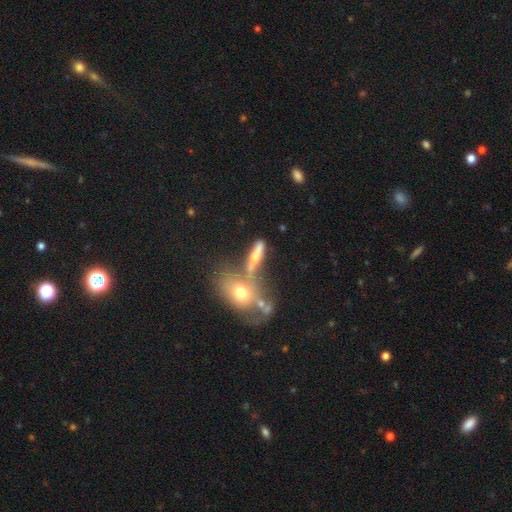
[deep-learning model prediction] smooth_or_featured: smooth (p=0.51) [alt: featured or disk p=0.37]
how_rounded: cigar-shaped (p=0.47) [alt: in between p=0.38]
merging: none (p=0.39) [alt: merger p=0.37]